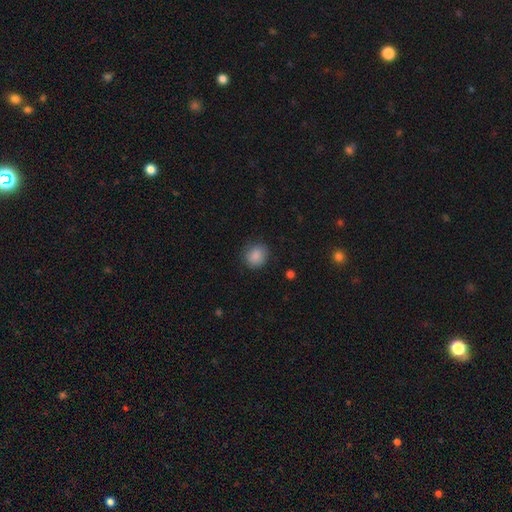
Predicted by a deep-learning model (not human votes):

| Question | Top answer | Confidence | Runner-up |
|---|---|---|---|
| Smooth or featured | smooth | 87% | star or artifact (8%) |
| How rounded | round | 75% | in between (24%) |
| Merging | none | 81% | minor disturbance (14%) |